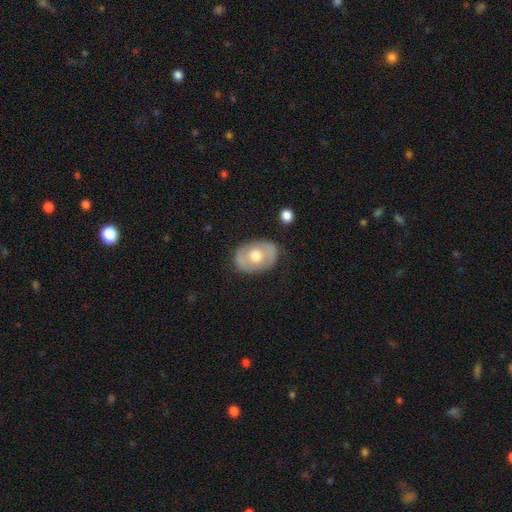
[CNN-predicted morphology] A smooth galaxy with no disk features (50%).

Vote fractions:
- Smooth or featured? smooth: 50% / featured or disk: 45% / star or artifact: 6%
- Merging? none: 81% / minor disturbance: 14% / major disturbance: 4% / merger: 1%